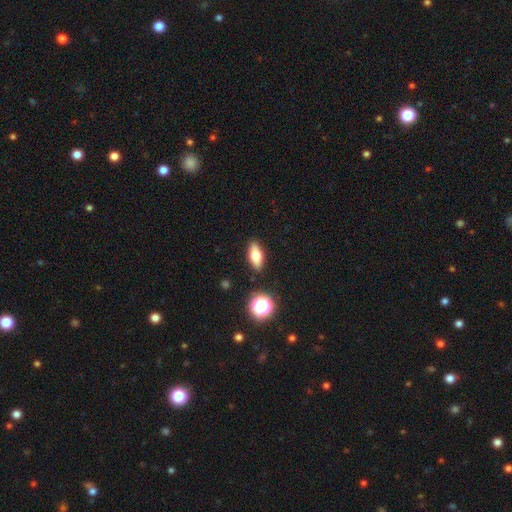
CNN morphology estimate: smooth 67%, featured or disk 23%, star or artifact 10%. Down the decision tree: how rounded — in between (73%); merging — none (87%).